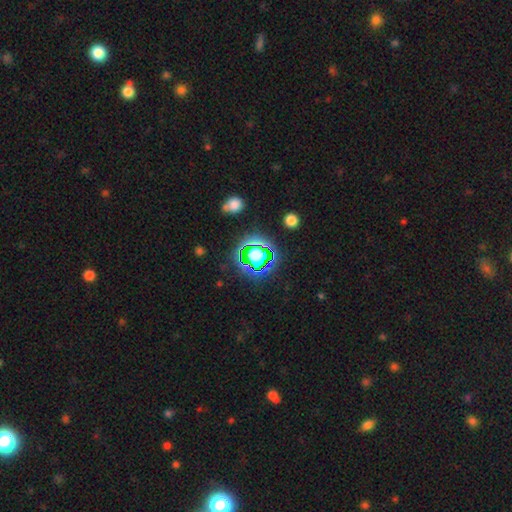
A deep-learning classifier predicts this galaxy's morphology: Smooth or featured? Predicted: star or artifact (p=0.56).